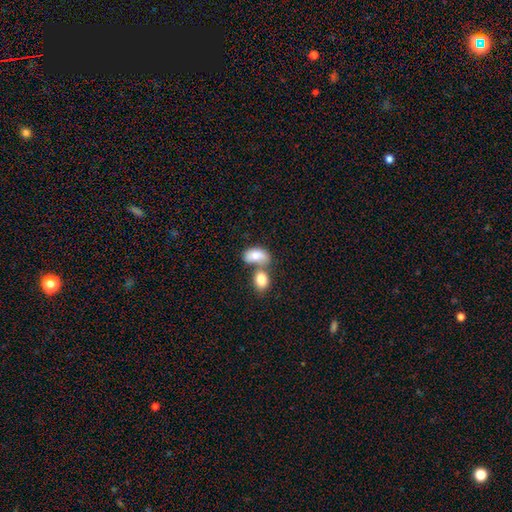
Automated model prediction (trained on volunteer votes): A smooth galaxy with no disk features (81%) that is in between round and cigar-shaped (91%).

Vote fractions:
- Smooth or featured? smooth: 81% / featured or disk: 13% / star or artifact: 7%
- How rounded? in between: 91% / round: 7% / cigar-shaped: 2%
- Merging? merger: 57% / none: 27% / minor disturbance: 11% / major disturbance: 5%